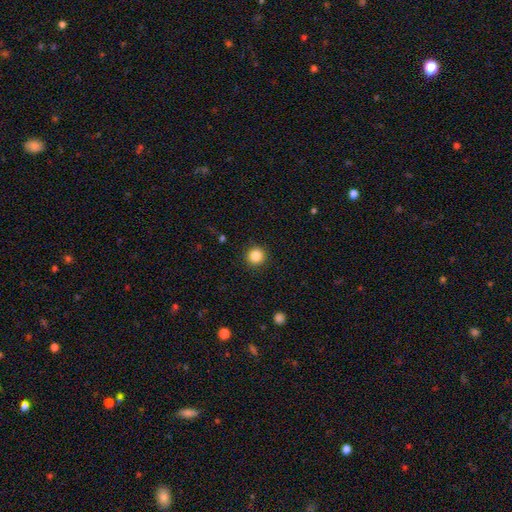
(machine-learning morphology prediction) The model was most divided on "smooth or featured": smooth: 86%, star or artifact: 11%, featured or disk: 4%. More confident: how rounded — round (95%); merging — none (91%).